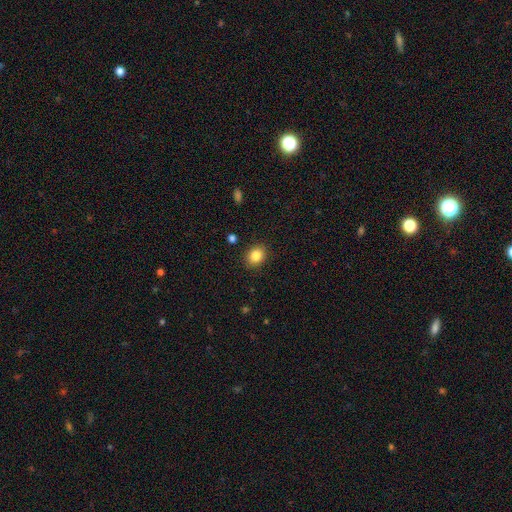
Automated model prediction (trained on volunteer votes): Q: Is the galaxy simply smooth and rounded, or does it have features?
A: smooth — 85%.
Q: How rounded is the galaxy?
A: round — 62%.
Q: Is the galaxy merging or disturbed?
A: none — 88%.